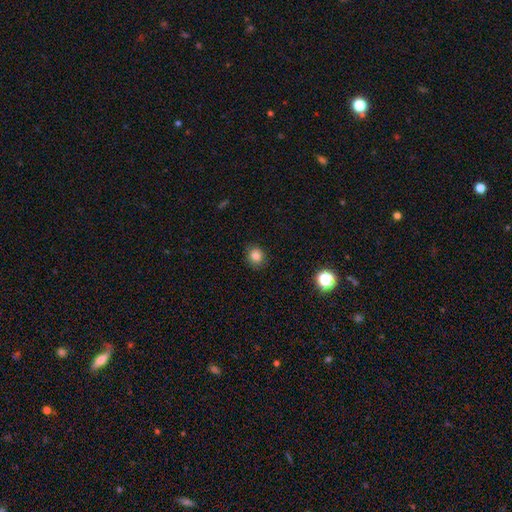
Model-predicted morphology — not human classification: smooth_or_featured: smooth (p=0.83) [alt: star or artifact p=0.12]
how_rounded: round (p=0.76) [alt: in between p=0.23]
merging: none (p=0.87) [alt: minor disturbance p=0.10]